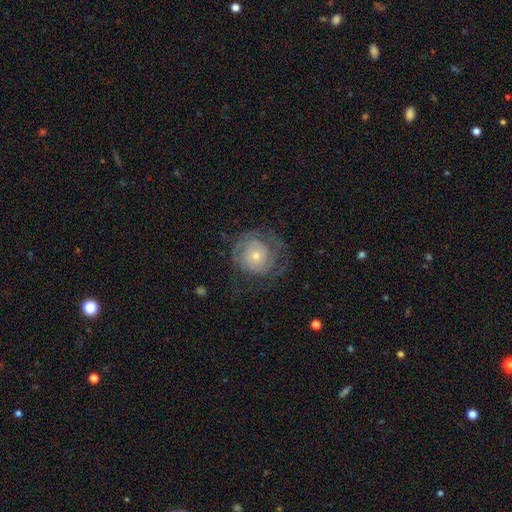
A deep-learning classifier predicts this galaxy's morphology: Smooth or featured: featured or disk — 71% (smooth — 22%)
Edge-on disk: no — 98% (yes — 2%)
Bar: no — 83% (weak — 15%)
Spiral arms: yes — 85% (no — 15%)
Spiral winding: tight — 66% (medium — 24%)
Spiral arm count: can't tell — 42% (2 — 29%)
Bulge size: small — 60% (moderate — 35%)
Merging: none — 62% (minor disturbance — 18%)